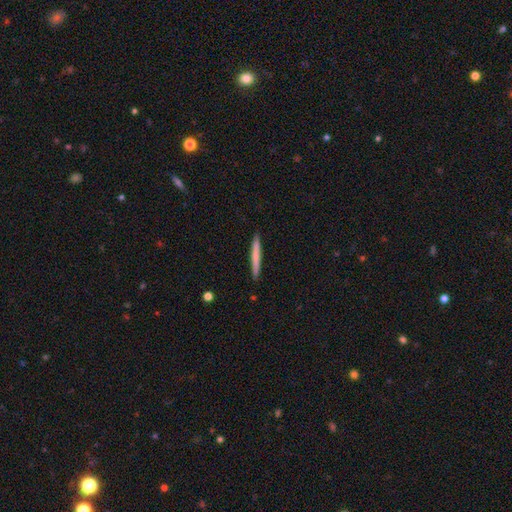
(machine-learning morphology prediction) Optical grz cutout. It shows a smooth galaxy with no disk features (67%) that is cigar-shaped (97%). Merging: none (92%).